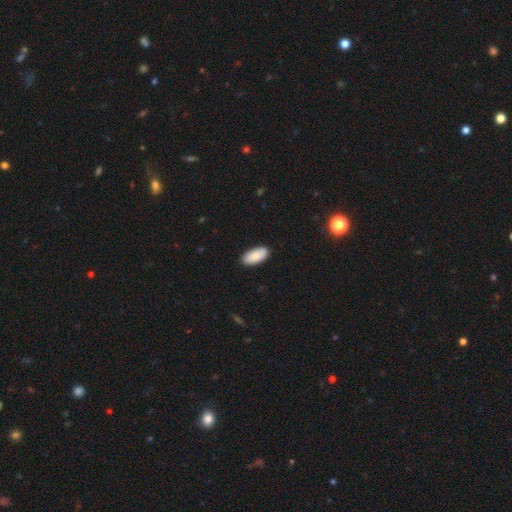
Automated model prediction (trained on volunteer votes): This is clearly a smooth galaxy (85%). How rounded: clearly in between (91%). Merging: clearly none (87%).